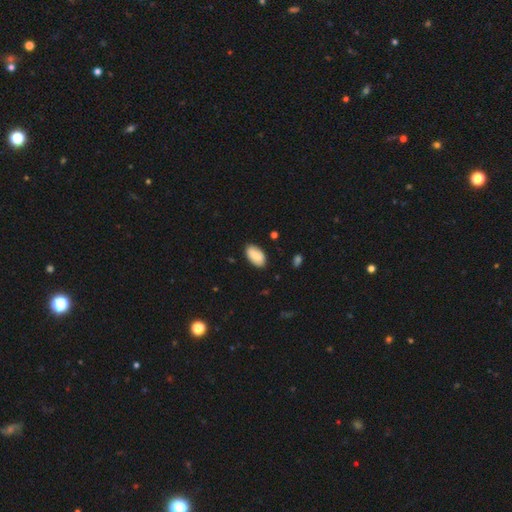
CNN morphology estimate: Q: Smooth or featured?
A: smooth (82%); runner-up: featured or disk (12%)
Q: How rounded?
A: in between (95%); runner-up: round (3%)
Q: Merging?
A: none (84%); runner-up: minor disturbance (12%)